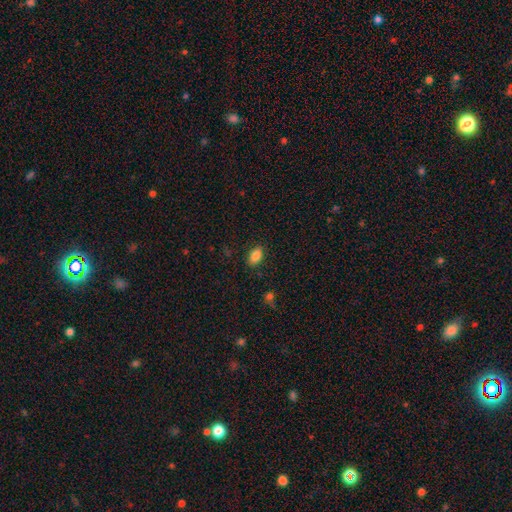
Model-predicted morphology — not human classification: Q: Smooth or featured?
A: smooth (86%); runner-up: star or artifact (9%)
Q: How rounded?
A: in between (90%); runner-up: round (8%)
Q: Merging?
A: none (86%); runner-up: minor disturbance (10%)